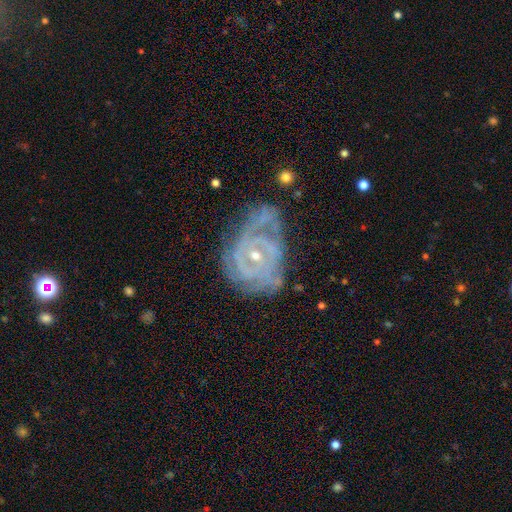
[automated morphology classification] featured or disk 88%, star or artifact 7%, smooth 5%. Down the decision tree: edge-on disk — no (97%); bar — no (60%); spiral arms — yes (96%); spiral arm count — 2 (29%); spiral winding — tight (72%); bulge size — small (62%); merging — none (53%).